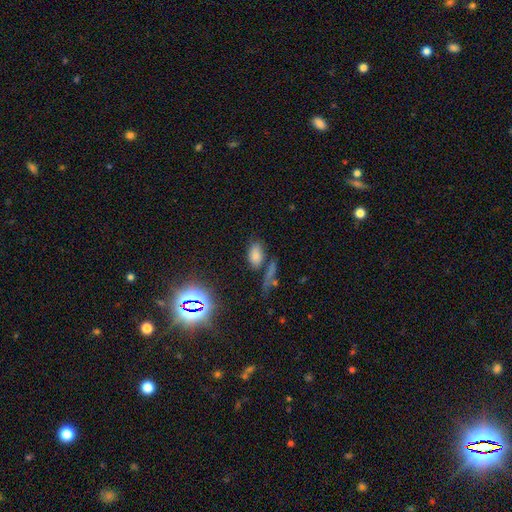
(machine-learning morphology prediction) Smooth or featured? smooth (73%)
How rounded? in between (91%)
Merging? none (64%)